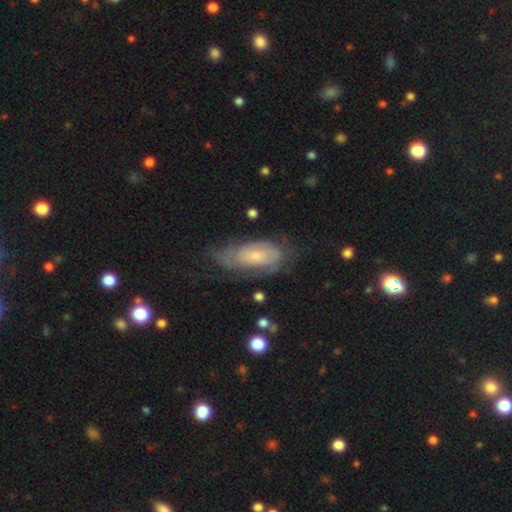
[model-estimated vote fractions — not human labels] A featured or disk galaxy (60%) with no bar (74%), spiral arms (74%) and a small central bulge (58%).

Vote fractions:
- Smooth or featured? featured or disk: 60% / smooth: 33% / star or artifact: 7%
- Edge-on disk? no: 91% / yes: 9%
- Bar? no: 74% / weak: 22% / strong: 4%
- Spiral arms? yes: 74% / no: 26%
- Bulge size? small: 58% / moderate: 31% / none: 6% / large: 5% / dominant: 1%
- Merging? none: 51% / minor disturbance: 28% / major disturbance: 18% / merger: 2%